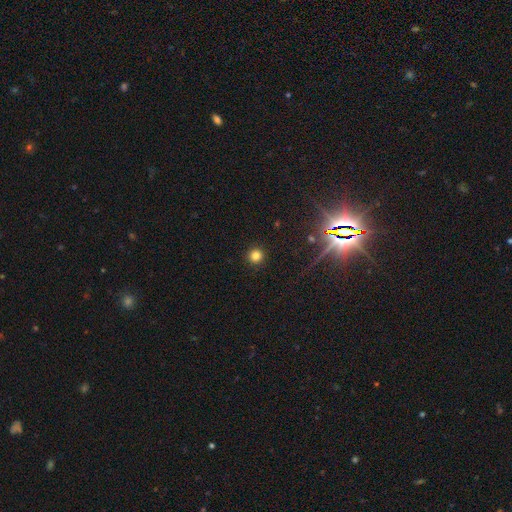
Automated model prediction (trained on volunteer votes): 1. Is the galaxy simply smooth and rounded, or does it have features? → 78% smooth, 16% star or artifact, 5% featured or disk.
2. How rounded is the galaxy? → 95% round, 4% in between, 1% cigar-shaped.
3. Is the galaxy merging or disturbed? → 92% none, 4% minor disturbance, 2% major disturbance, 1% merger.